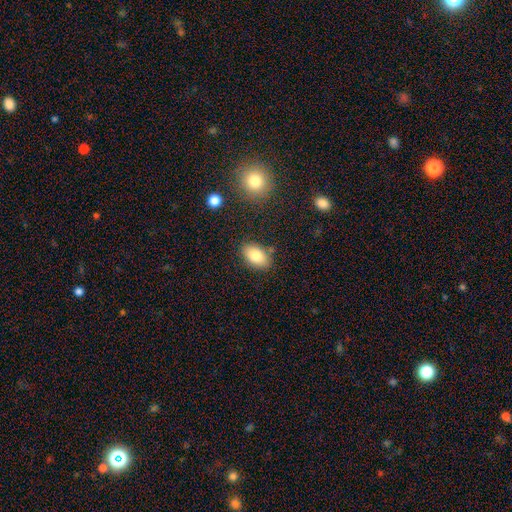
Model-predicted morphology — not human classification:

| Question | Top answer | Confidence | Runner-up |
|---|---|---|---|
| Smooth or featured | smooth | 83% | featured or disk (10%) |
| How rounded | in between | 92% | round (6%) |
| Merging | none | 82% | minor disturbance (12%) |